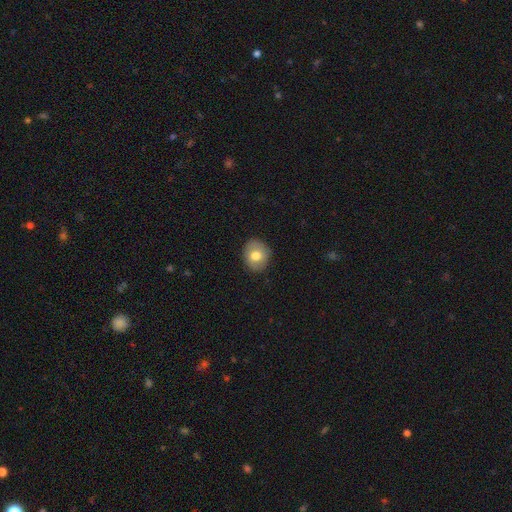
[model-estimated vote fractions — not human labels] smooth-or-featured: smooth: 74% | featured or disk: 19% | star or artifact: 8%
  how-rounded: round: 69% | in between: 30% | cigar-shaped: 1%
  merging: none: 86% | minor disturbance: 10% | major disturbance: 2% | merger: 1%